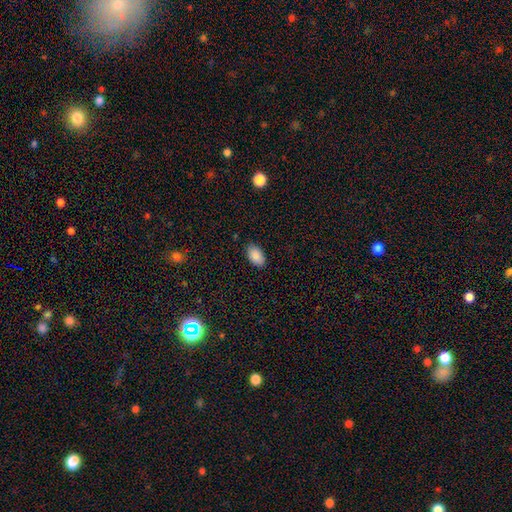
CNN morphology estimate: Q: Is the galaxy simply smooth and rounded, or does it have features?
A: smooth — 88%.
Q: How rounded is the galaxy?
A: in between — 94%.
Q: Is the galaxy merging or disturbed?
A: none — 86%.